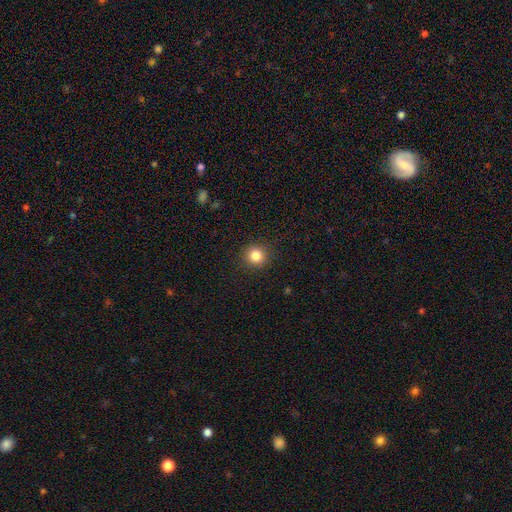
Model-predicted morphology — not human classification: Smooth or featured? Predicted: smooth (p=0.84). How rounded? Predicted: round (p=0.92). Merging? Predicted: none (p=0.91).